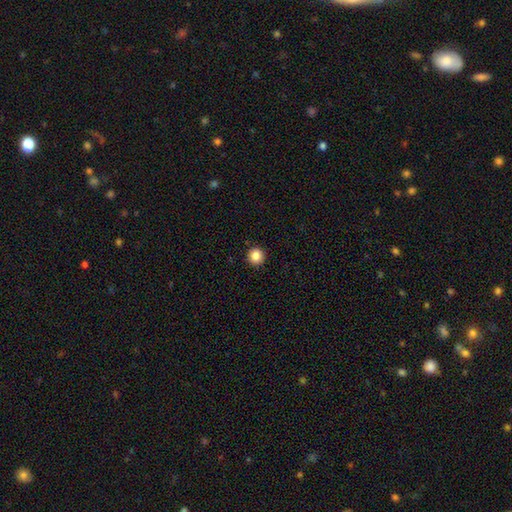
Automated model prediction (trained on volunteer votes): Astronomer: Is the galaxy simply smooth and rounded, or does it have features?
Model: smooth — 86%.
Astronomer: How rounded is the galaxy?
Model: round — 95%.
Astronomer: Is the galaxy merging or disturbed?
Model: none — 93%.